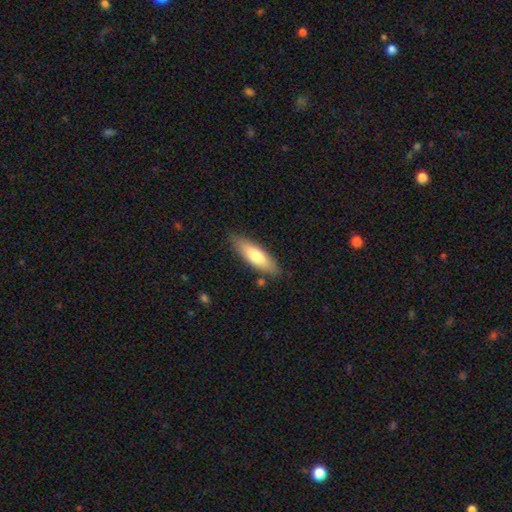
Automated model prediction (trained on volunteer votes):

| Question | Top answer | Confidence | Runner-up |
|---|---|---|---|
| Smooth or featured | smooth | 74% | featured or disk (21%) |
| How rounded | in between | 51% | cigar-shaped (47%) |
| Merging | none | 83% | minor disturbance (12%) |